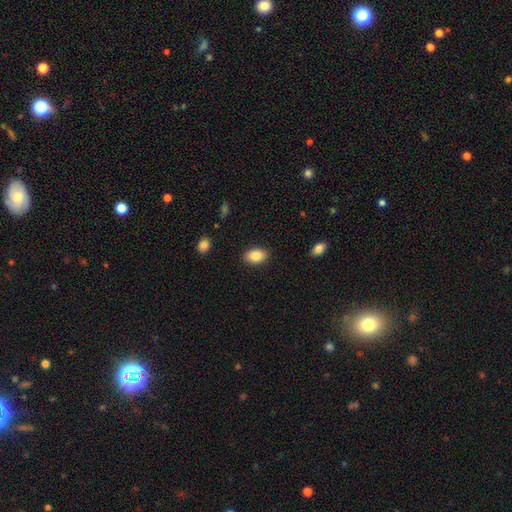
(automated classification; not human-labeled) A smooth galaxy with no disk features (84%) that is in between round and cigar-shaped (90%).

Vote fractions:
- Smooth or featured? smooth: 84% / featured or disk: 8% / star or artifact: 7%
- How rounded? in between: 90% / round: 8% / cigar-shaped: 2%
- Merging? none: 89% / minor disturbance: 8% / major disturbance: 2% / merger: 1%